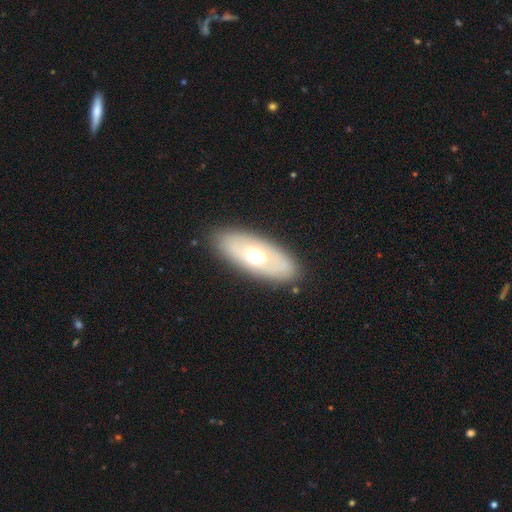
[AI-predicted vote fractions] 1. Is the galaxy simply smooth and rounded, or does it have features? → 52% smooth, 40% featured or disk, 8% star or artifact.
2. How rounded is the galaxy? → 83% in between, 12% cigar-shaped, 5% round.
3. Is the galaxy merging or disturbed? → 86% none, 9% minor disturbance, 4% major disturbance, 1% merger.